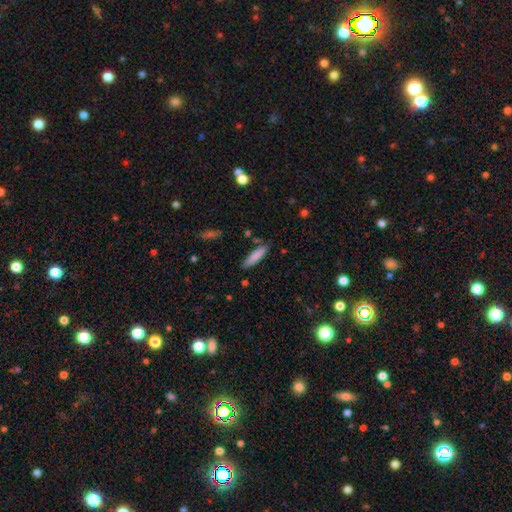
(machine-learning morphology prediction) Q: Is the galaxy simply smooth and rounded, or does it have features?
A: smooth — 83%.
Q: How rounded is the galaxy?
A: cigar-shaped — 74%.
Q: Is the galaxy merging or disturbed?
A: none — 81%.